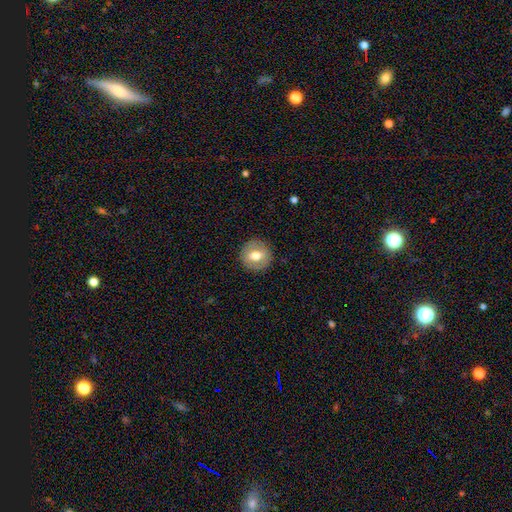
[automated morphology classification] Q: Smooth or featured?
A: smooth (64%); runner-up: featured or disk (28%)
Q: How rounded?
A: round (90%); runner-up: in between (9%)
Q: Merging?
A: none (90%); runner-up: minor disturbance (7%)